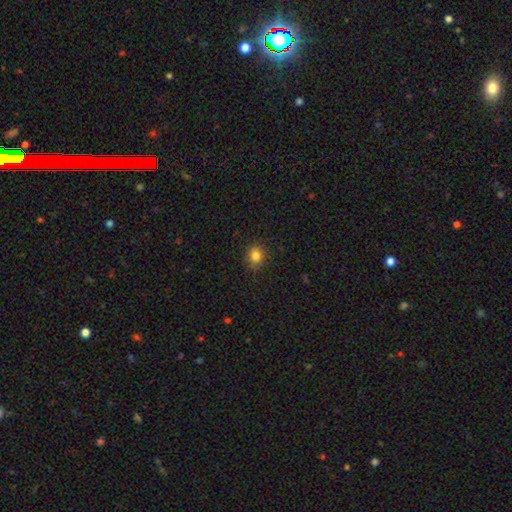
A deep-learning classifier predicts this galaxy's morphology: The model was most divided on "how rounded": round: 74%, in between: 25%, cigar-shaped: 1%. More confident: merging — none (87%); smooth or featured — smooth (83%).